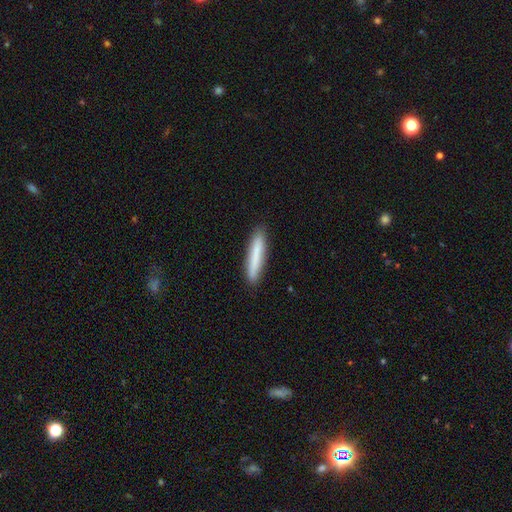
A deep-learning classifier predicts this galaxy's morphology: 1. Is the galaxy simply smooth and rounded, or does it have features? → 77% smooth, 17% featured or disk, 6% star or artifact.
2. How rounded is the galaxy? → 92% cigar-shaped, 7% in between, 1% round.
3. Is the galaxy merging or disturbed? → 89% none, 8% minor disturbance, 2% major disturbance, 1% merger.